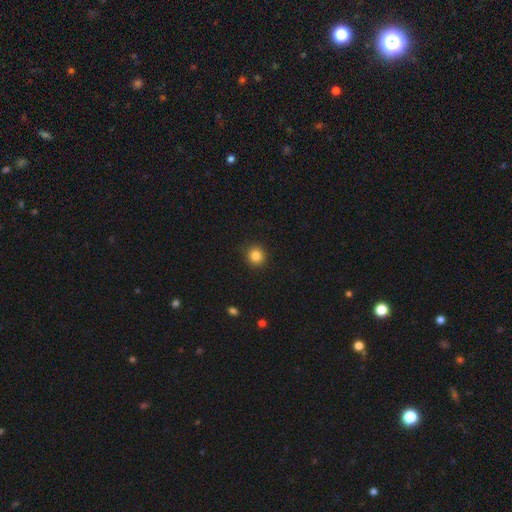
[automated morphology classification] Q: Smooth or featured?
A: smooth (85%); runner-up: star or artifact (11%)
Q: How rounded?
A: round (91%); runner-up: in between (8%)
Q: Merging?
A: none (91%); runner-up: minor disturbance (6%)